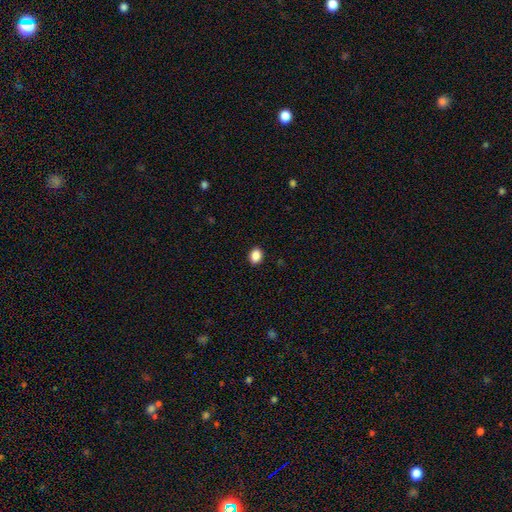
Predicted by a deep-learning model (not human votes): Smooth or featured? smooth (89%)
How rounded? in between (62%)
Merging? none (90%)